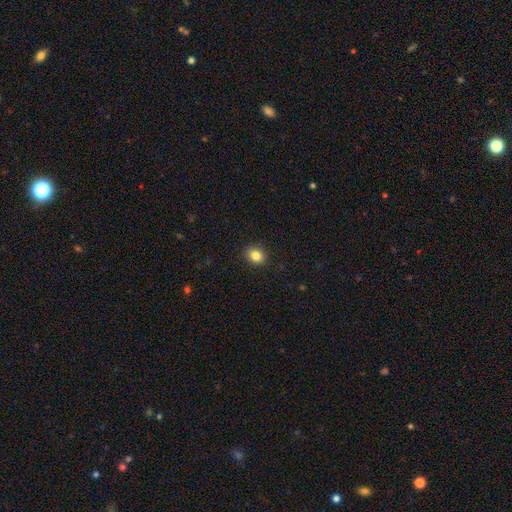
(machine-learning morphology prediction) smooth 85%, star or artifact 10%, featured or disk 6%. Down the decision tree: how rounded — round (53%); merging — none (90%).